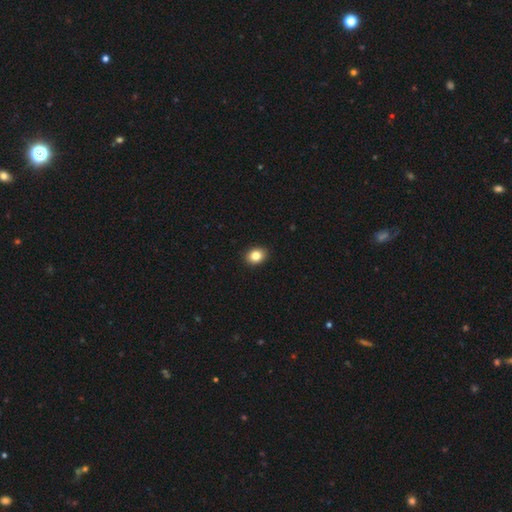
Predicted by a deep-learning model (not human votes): Smooth or featured? smooth (84%)
How rounded? in between (51%)
Merging? none (92%)